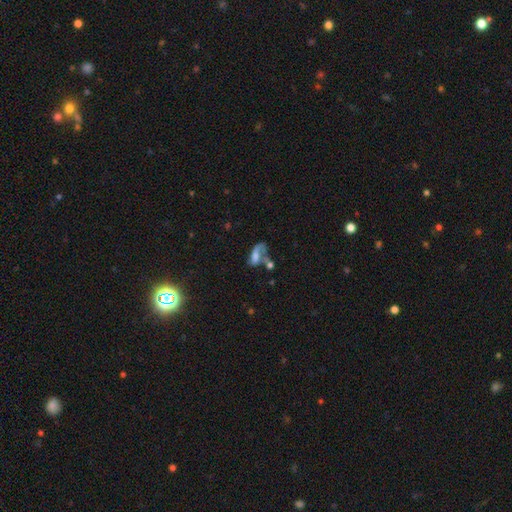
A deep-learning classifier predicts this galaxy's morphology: This appears to be a featured or disk galaxy (44%). Merging: merger (34%).